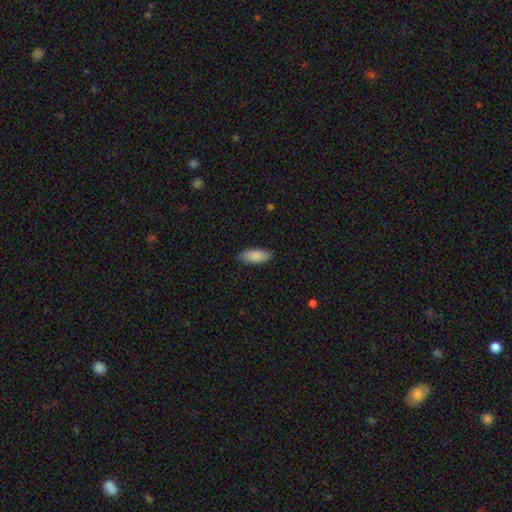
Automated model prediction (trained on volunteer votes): Morphology: type=smooth (87%); roundness=in between (88%); merging=none (84%).